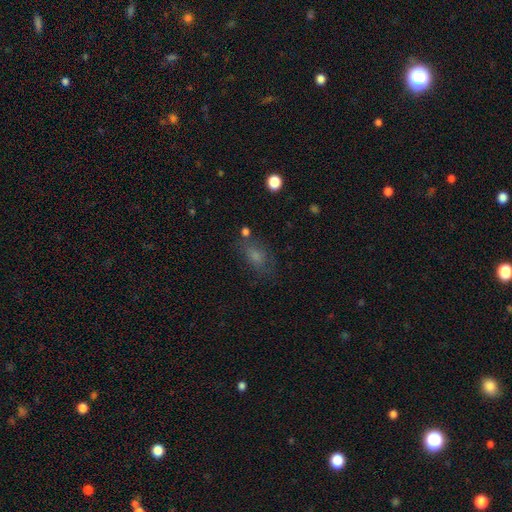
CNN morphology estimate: Q: Smooth or featured?
A: smooth (65%); runner-up: featured or disk (18%)
Q: How rounded?
A: in between (79%); runner-up: round (16%)
Q: Merging?
A: none (65%); runner-up: minor disturbance (19%)